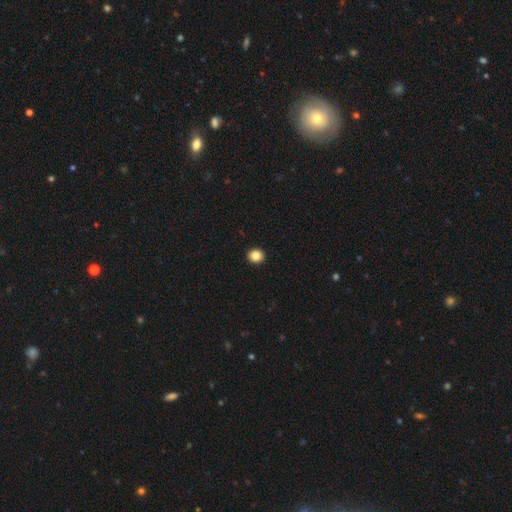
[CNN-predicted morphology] smooth-or-featured: smooth: 86% | star or artifact: 10% | featured or disk: 4%
  how-rounded: round: 81% | in between: 18% | cigar-shaped: 1%
  merging: none: 94% | minor disturbance: 4% | major disturbance: 1% | merger: 1%